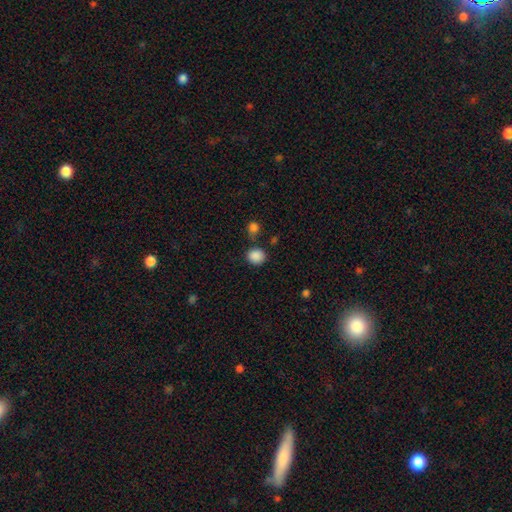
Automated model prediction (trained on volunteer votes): This is clearly a smooth galaxy (87%). How rounded: clearly round (80%). Merging: likely none (77%).